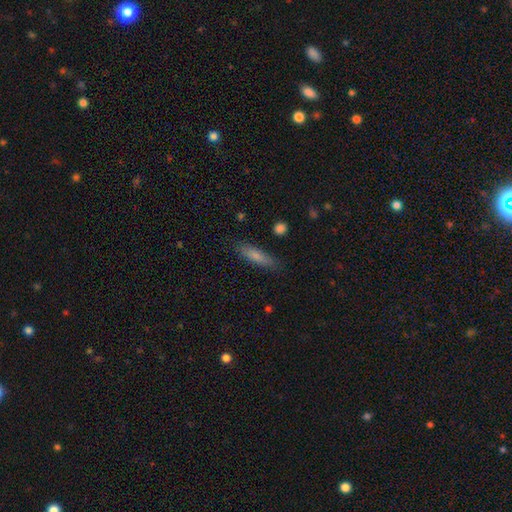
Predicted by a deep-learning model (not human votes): Morphology: type=smooth (77%); roundness=cigar-shaped (75%); merging=none (85%).